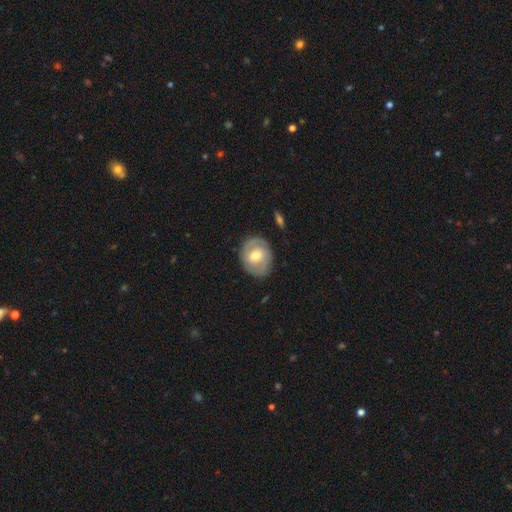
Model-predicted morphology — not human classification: Overall: featured or disk (56%; smooth 38%). Edge-on disk: no (96%). Bar: no (51%; weak 39%). Spiral arms: yes (68%; no 32%). Bulge size: moderate (73%). Merging: none (81%).